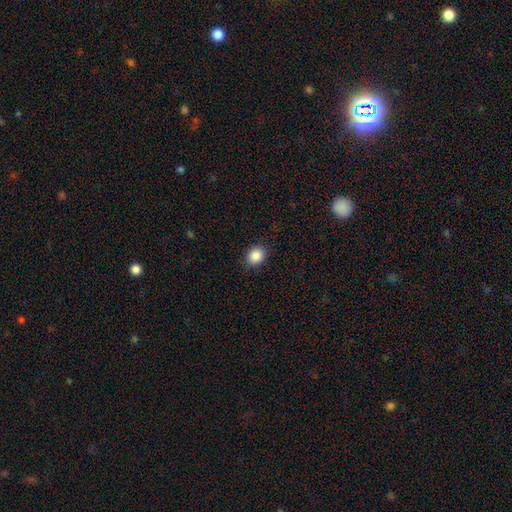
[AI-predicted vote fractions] smooth_or_featured: smooth (p=0.88) [alt: star or artifact p=0.09]
how_rounded: round (p=0.59) [alt: in between p=0.40]
merging: none (p=0.87) [alt: minor disturbance p=0.10]